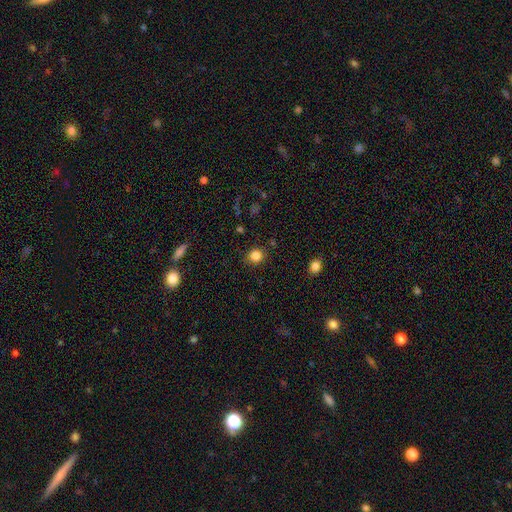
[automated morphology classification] type=smooth (84%); roundness=round (87%); merging=none (88%).